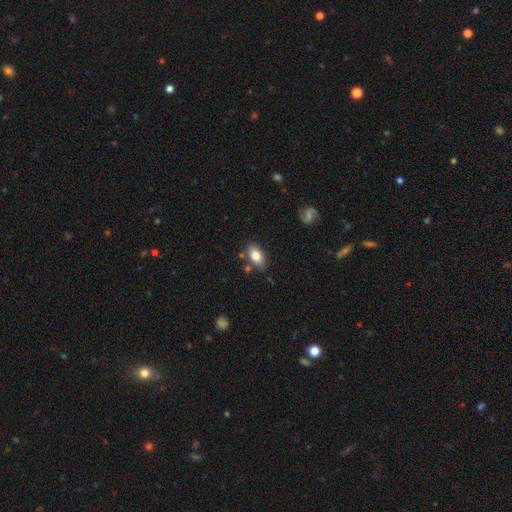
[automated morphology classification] Q: Smooth or featured?
A: smooth (82%); runner-up: featured or disk (10%)
Q: How rounded?
A: in between (91%); runner-up: round (6%)
Q: Merging?
A: none (76%); runner-up: minor disturbance (16%)